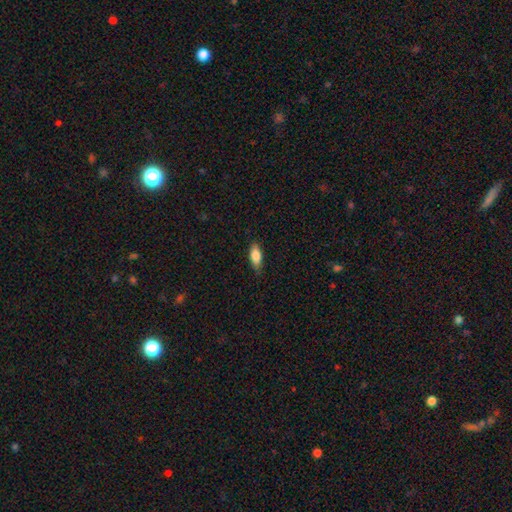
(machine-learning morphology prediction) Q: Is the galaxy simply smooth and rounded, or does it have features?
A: smooth — 83%.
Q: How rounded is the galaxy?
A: in between — 81%.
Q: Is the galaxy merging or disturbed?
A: none — 83%.